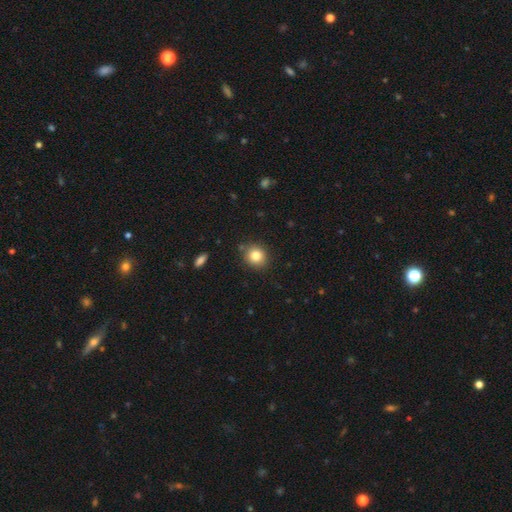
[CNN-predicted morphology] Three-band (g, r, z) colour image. It shows a smooth galaxy with no disk features (83%) that is round (81%). Merging: none (85%).